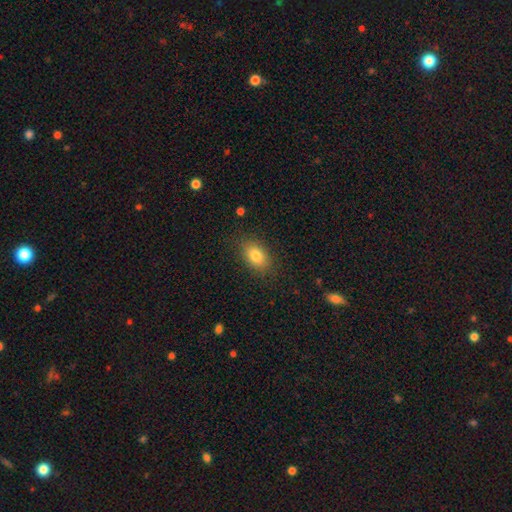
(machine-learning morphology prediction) smooth-or-featured: smooth: 81% | featured or disk: 10% | star or artifact: 9%
  how-rounded: in between: 84% | round: 13% | cigar-shaped: 2%
  merging: none: 84% | minor disturbance: 12% | major disturbance: 3% | merger: 1%